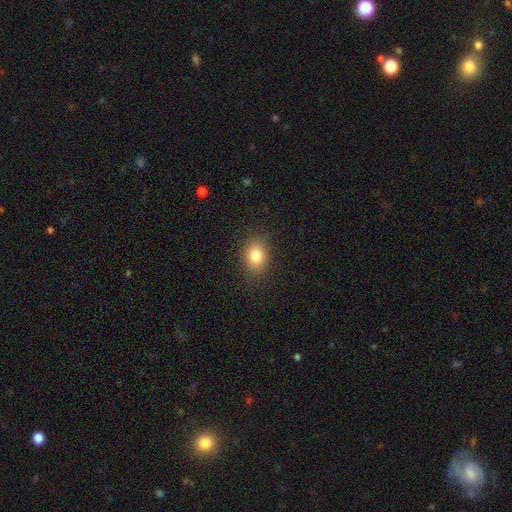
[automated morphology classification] A smooth galaxy with no disk features (81%) that is in between round and cigar-shaped (68%).

Vote fractions:
- Smooth or featured? smooth: 81% / star or artifact: 10% / featured or disk: 8%
- How rounded? in between: 68% / round: 30% / cigar-shaped: 1%
- Merging? none: 86% / minor disturbance: 10% / major disturbance: 3% / merger: 1%